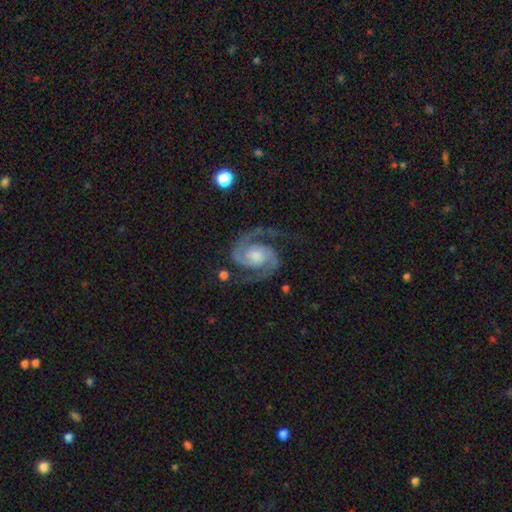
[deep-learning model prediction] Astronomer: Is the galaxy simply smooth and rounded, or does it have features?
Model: featured or disk — 93%.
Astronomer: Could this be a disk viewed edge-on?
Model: no — 98%.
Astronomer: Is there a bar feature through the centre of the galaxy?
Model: no — 64%.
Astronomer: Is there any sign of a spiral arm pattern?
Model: yes — 99%.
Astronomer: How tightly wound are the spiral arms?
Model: medium — 59%.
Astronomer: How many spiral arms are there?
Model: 2 — 95%.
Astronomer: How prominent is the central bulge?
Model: moderate — 44% (runner-up: small, 34%).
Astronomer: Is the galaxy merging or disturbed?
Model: none — 79%.